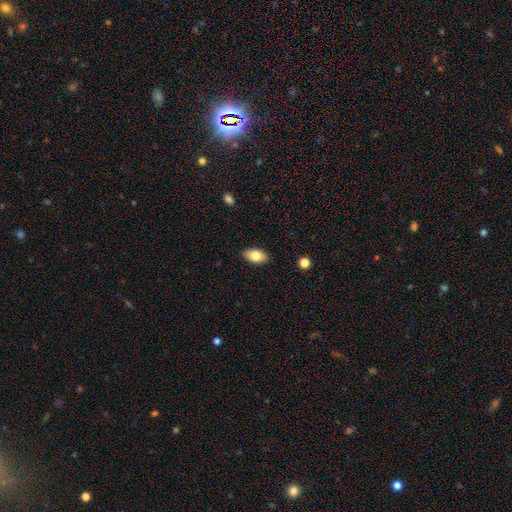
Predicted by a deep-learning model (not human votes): The model was most divided on "smooth or featured": smooth: 81%, featured or disk: 12%, star or artifact: 7%. More confident: how rounded — in between (93%); merging — none (88%).